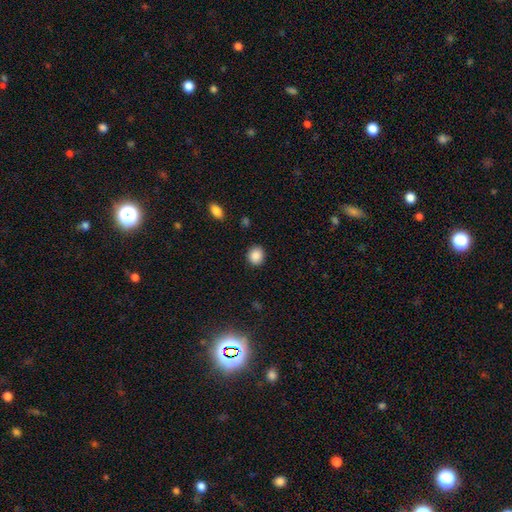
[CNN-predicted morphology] type=smooth (88%); roundness=round (75%); merging=none (89%).